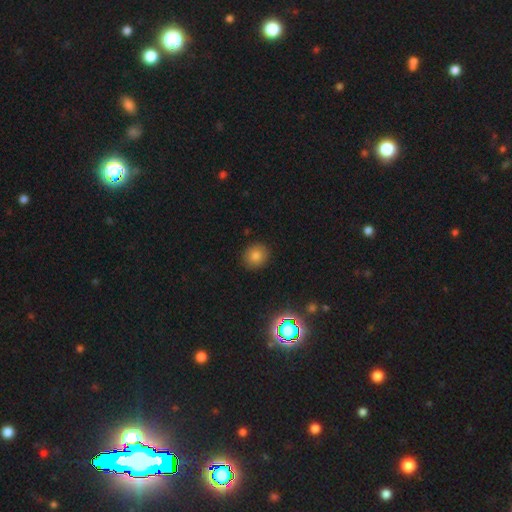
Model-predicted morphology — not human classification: A smooth galaxy with no disk features (79%) that is round (85%). Merging: none (90%).